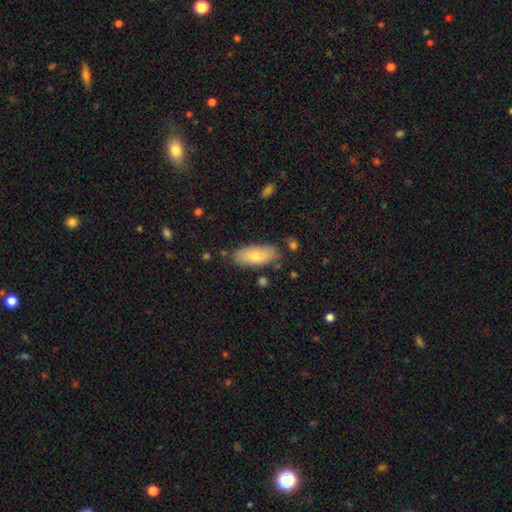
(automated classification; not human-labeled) Overall: smooth (76%). How rounded: in between (82%). Merging: none (76%).